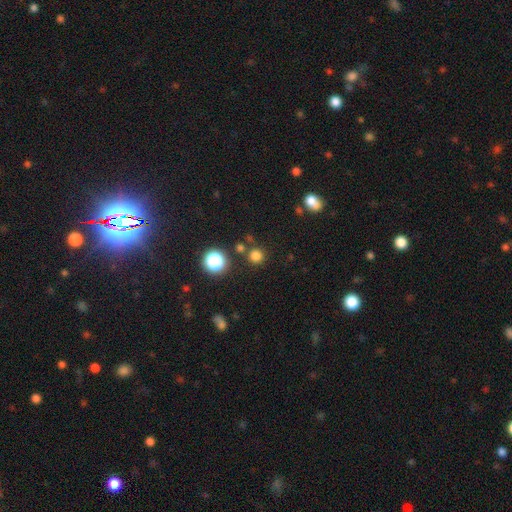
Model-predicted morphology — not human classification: A smooth galaxy with no disk features (76%) that is round (94%). Merging: none (82%).